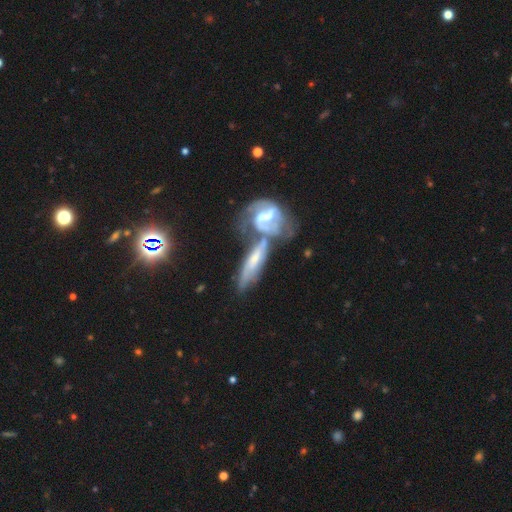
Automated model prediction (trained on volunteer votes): A smooth galaxy with no disk features (39%). Merging: merger (41%).